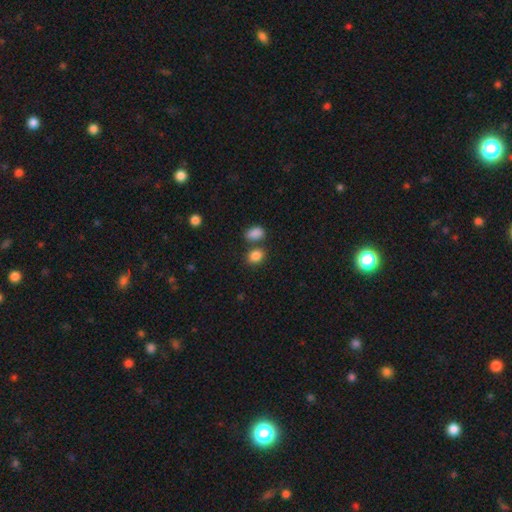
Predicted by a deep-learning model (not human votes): A smooth galaxy with no disk features (85%) that is in between round and cigar-shaped (65%). Merging: none (63%).